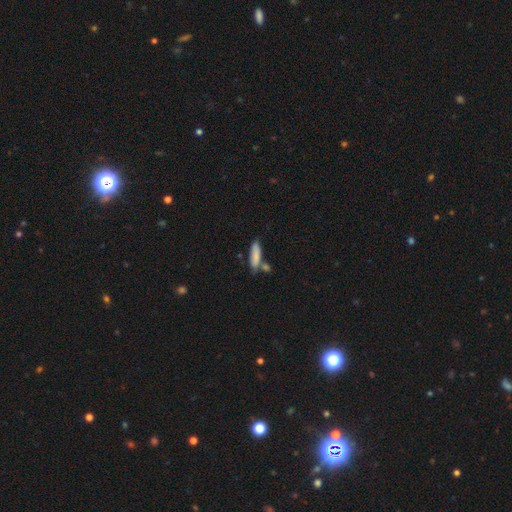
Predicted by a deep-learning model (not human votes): Smooth or featured? smooth (82%)
How rounded? cigar-shaped (65%)
Merging? none (61%)